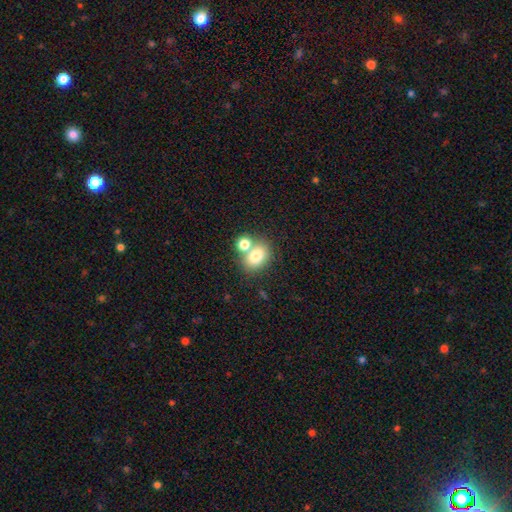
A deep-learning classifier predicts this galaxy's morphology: This is likely a smooth galaxy (76%). How rounded: possibly in between (51%). Merging: possibly none (51%).